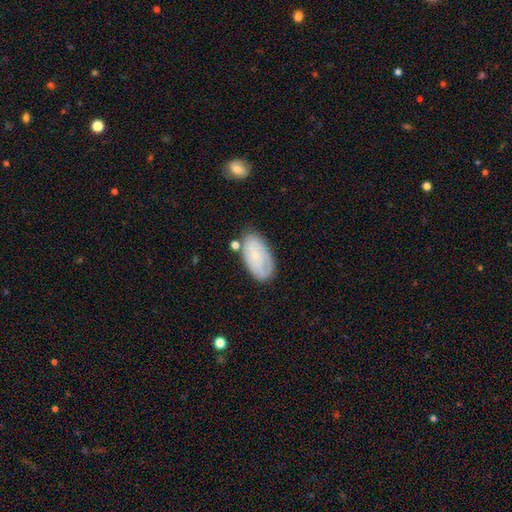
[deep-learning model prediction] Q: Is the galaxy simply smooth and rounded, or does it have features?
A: smooth — 53%.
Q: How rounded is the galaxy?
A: in between — 94%.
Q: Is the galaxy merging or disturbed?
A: none — 65%.